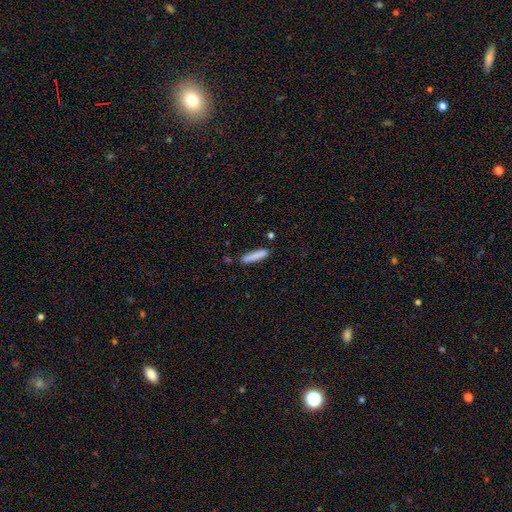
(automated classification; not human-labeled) A smooth galaxy with no disk features (83%) that is cigar-shaped (87%).

Vote fractions:
- Smooth or featured? smooth: 83% / featured or disk: 10% / star or artifact: 7%
- How rounded? cigar-shaped: 87% / in between: 11% / round: 1%
- Merging? none: 82% / minor disturbance: 12% / merger: 4% / major disturbance: 2%